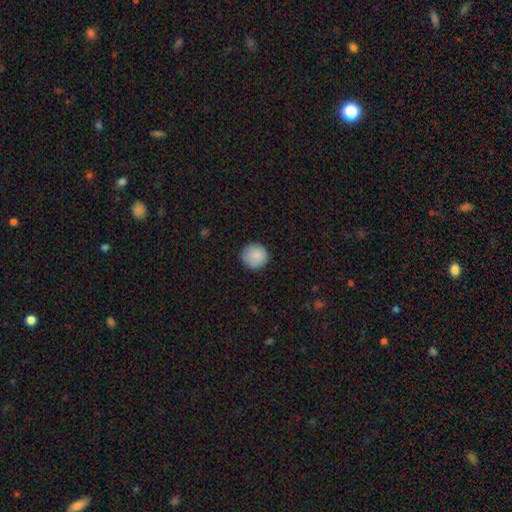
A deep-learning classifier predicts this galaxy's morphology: smooth_or_featured: smooth (p=0.88) [alt: star or artifact p=0.07]
how_rounded: round (p=0.94) [alt: in between p=0.05]
merging: none (p=0.89) [alt: minor disturbance p=0.08]